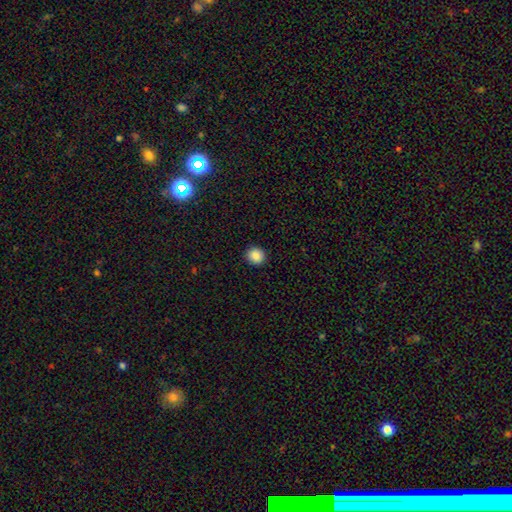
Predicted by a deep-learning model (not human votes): Morphology: type=smooth (88%); roundness=round (90%); merging=none (92%).